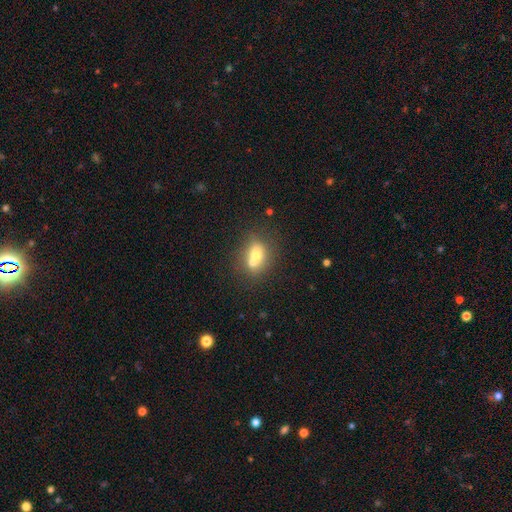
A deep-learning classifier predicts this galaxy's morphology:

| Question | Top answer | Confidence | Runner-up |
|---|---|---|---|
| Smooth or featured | smooth | 66% | featured or disk (23%) |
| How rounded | in between | 57% | round (41%) |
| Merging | merger | 51% | none (35%) |